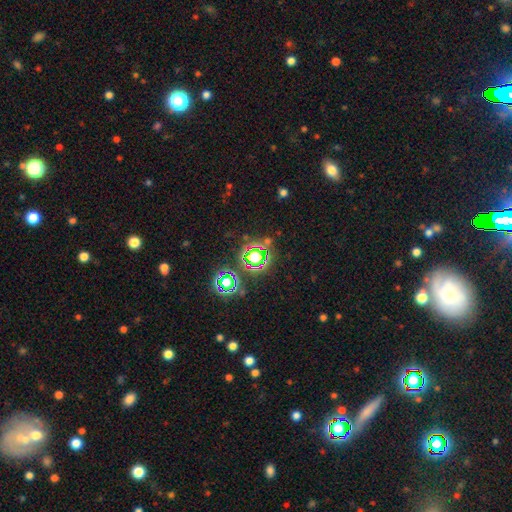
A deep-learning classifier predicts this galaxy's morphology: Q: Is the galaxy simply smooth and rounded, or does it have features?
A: star or artifact — 61%.